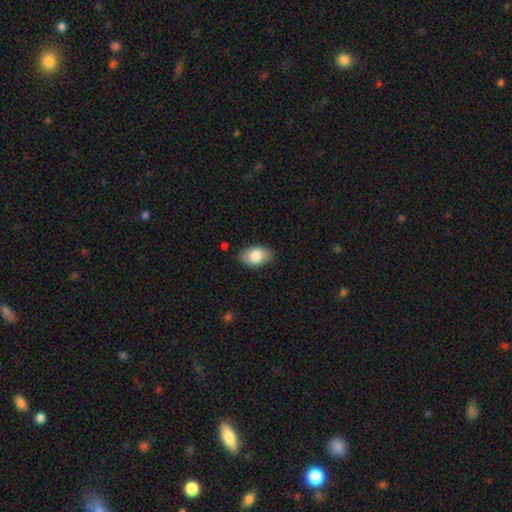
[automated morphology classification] The model was most divided on "smooth or featured": smooth: 83%, featured or disk: 11%, star or artifact: 6%. More confident: how rounded — in between (91%); merging — none (85%).